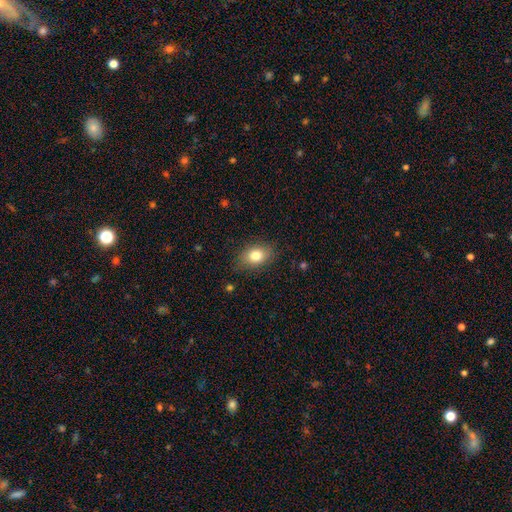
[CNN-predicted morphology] Overall: smooth (81%). How rounded: in between (78%). Merging: none (82%).